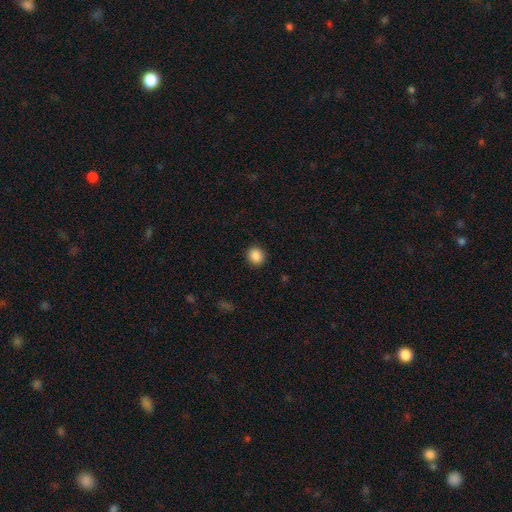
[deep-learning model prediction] A smooth galaxy with no disk features (88%) that is round (86%). Merging: none (91%).